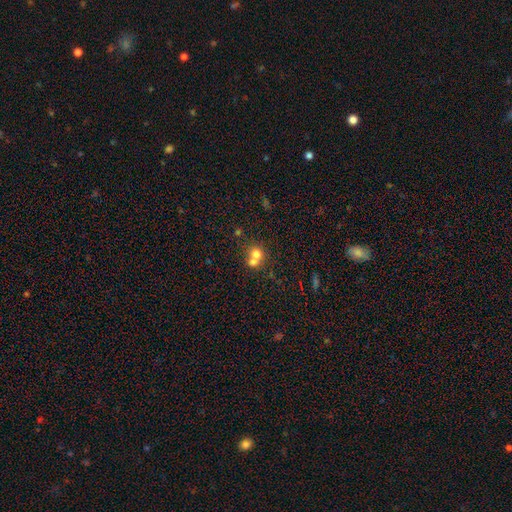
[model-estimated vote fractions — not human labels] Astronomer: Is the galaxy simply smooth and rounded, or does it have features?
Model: smooth — 72%.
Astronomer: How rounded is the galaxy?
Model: round — 81%.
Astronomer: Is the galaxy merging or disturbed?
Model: merger — 60%.